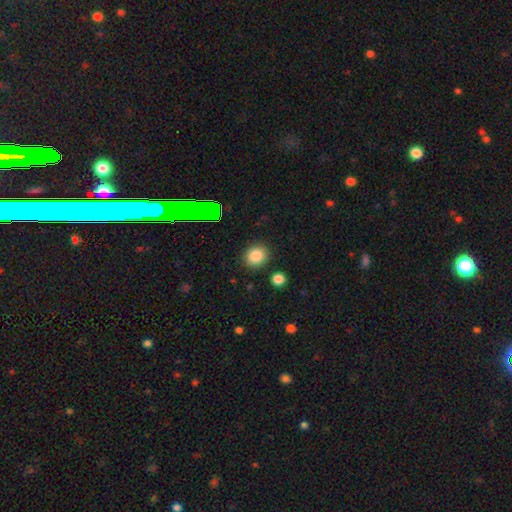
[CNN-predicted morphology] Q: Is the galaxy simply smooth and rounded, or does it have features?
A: smooth — 83%.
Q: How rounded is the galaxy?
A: round — 76%.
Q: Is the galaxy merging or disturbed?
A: none — 87%.